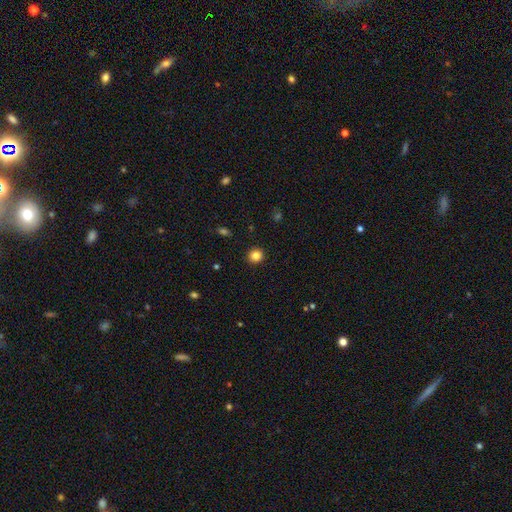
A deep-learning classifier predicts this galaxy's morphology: A smooth galaxy with no disk features (83%) that is round (91%).

Vote fractions:
- Smooth or featured? smooth: 83% / star or artifact: 11% / featured or disk: 5%
- How rounded? round: 91% / in between: 8% / cigar-shaped: 1%
- Merging? none: 92% / minor disturbance: 5% / major disturbance: 2% / merger: 1%